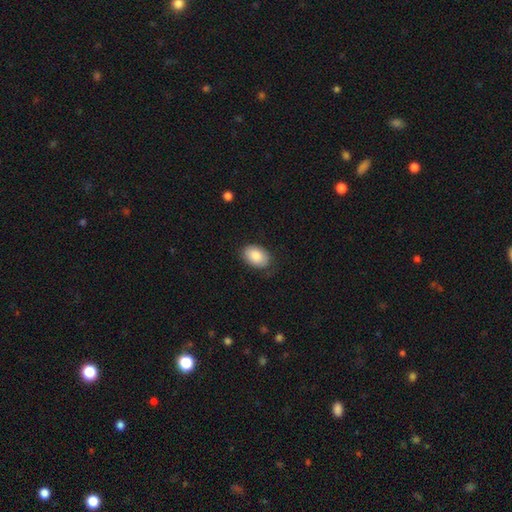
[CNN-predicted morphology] The model was most divided on "merging": none: 75%, minor disturbance: 19%, major disturbance: 4%, merger: 1%. More confident: smooth or featured — smooth (86%); how rounded — in between (84%).